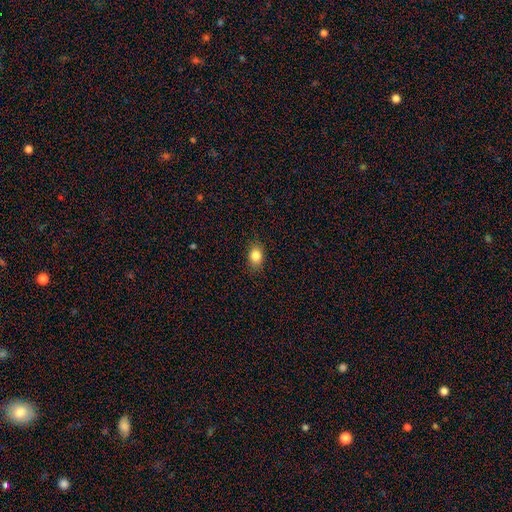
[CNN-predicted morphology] smooth 84%, star or artifact 9%, featured or disk 7%. Down the decision tree: how rounded — in between (68%); merging — none (85%).